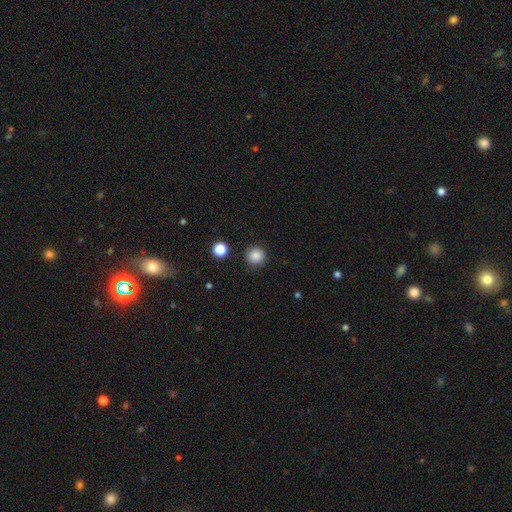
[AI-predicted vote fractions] smooth 86%, star or artifact 10%, featured or disk 3%. Down the decision tree: how rounded — round (94%); merging — none (89%).